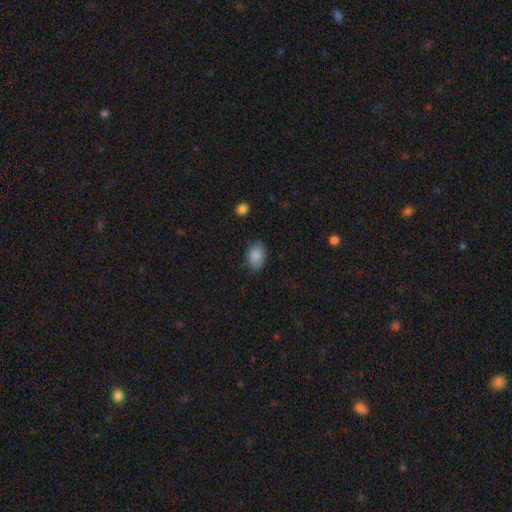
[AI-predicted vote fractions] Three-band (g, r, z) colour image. It shows a smooth galaxy with no disk features (88%) that is in between round and cigar-shaped (83%). Merging: none (80%).